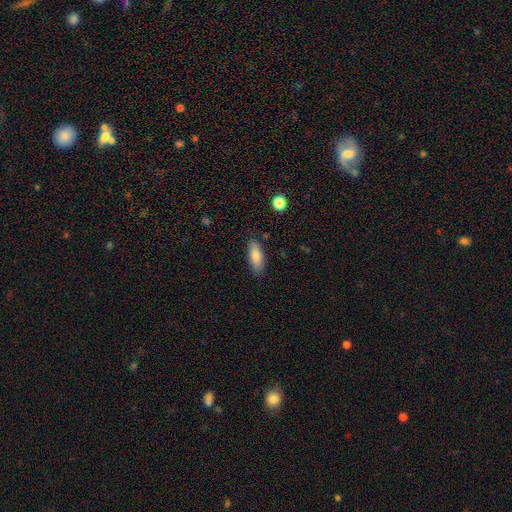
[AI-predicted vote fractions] The model was most divided on "how rounded": in between: 72%, cigar-shaped: 26%, round: 2%. More confident: smooth or featured — smooth (84%); merging — none (84%).